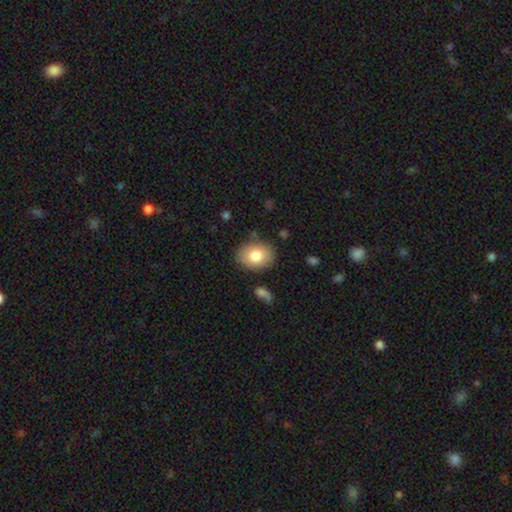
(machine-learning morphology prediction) A smooth galaxy with no disk features (79%) that is in between round and cigar-shaped (67%).

Vote fractions:
- Smooth or featured? smooth: 79% / featured or disk: 14% / star or artifact: 7%
- How rounded? in between: 67% / round: 32% / cigar-shaped: 1%
- Merging? none: 82% / minor disturbance: 12% / major disturbance: 3% / merger: 3%